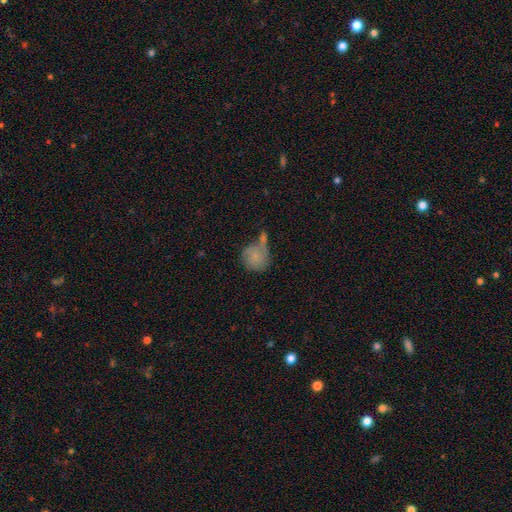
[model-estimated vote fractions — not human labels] Morphology: type=smooth (75%); roundness=round (81%); merging=none (40%).